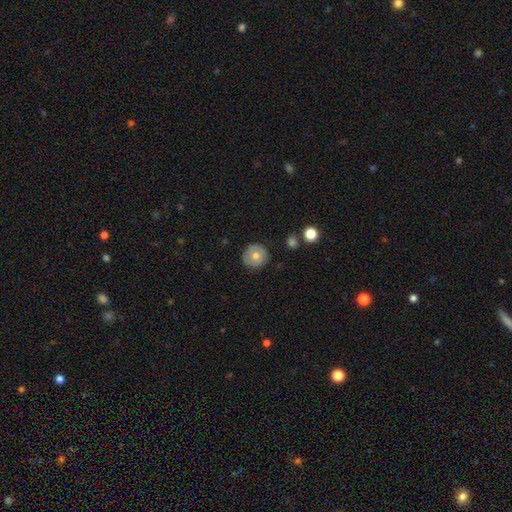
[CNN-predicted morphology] smooth 59%, featured or disk 33%, star or artifact 7%. Down the decision tree: how rounded — round (92%); merging — none (86%).